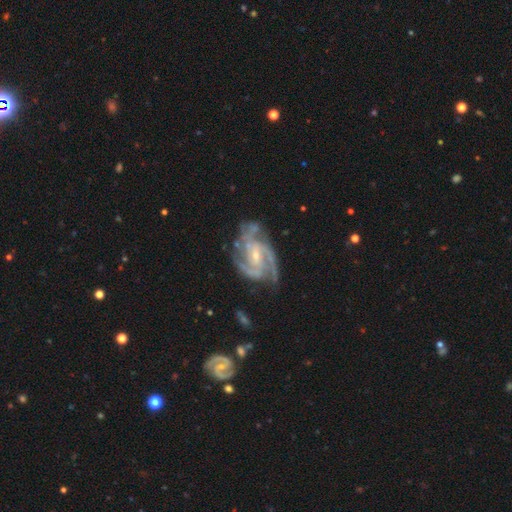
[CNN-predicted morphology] This is clearly a featured or disk galaxy (91%). It is clearly not viewed edge-on (98%). Bar: possibly weak (47%). Spiral arm pattern: clearly yes (98%). Spiral arm count: marginally 3 (38%). Spiral winding: possibly medium (47%). Central bulge: likely small (67%). Merging: likely none (64%).